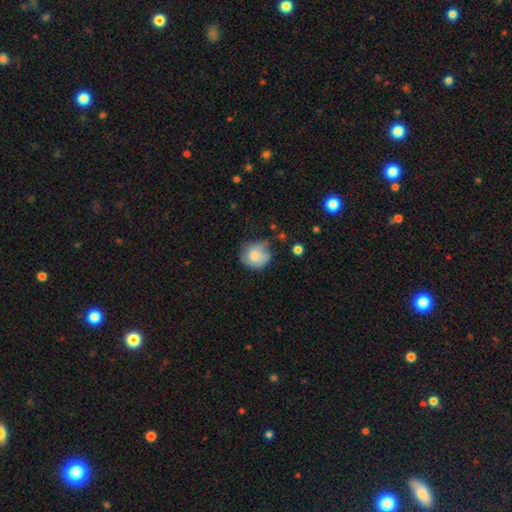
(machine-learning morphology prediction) Smooth or featured?
  - smooth: 76% *
  - featured or disk: 16%
  - star or artifact: 8%
How rounded?
  - round: 83% *
  - in between: 16%
  - cigar-shaped: 1%
Merging?
  - none: 49% *
  - minor disturbance: 34%
  - major disturbance: 13%
  - merger: 4%